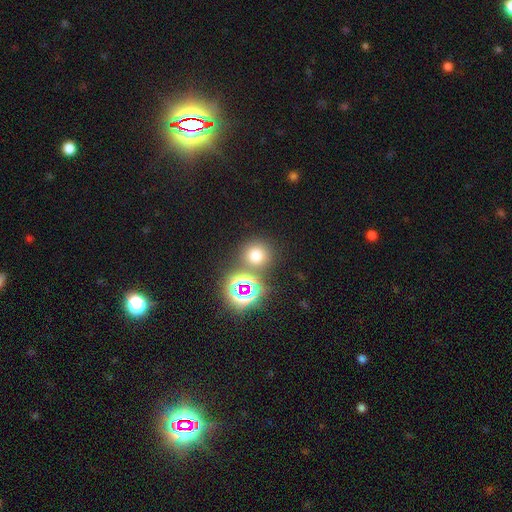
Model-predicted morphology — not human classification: Q: Smooth or featured?
A: smooth (63%); runner-up: star or artifact (30%)
Q: How rounded?
A: round (90%); runner-up: in between (8%)
Q: Merging?
A: none (71%); runner-up: merger (17%)